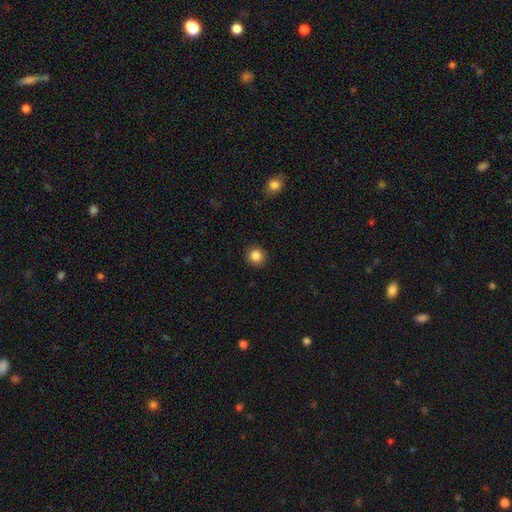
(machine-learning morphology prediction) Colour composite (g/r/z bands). It shows a smooth galaxy with no disk features (85%) that is round (91%). Merging: none (92%).